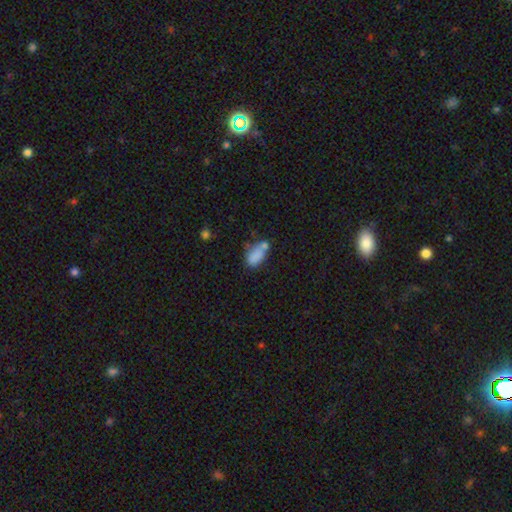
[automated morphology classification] smooth_or_featured: smooth (p=0.77) [alt: featured or disk p=0.12]
how_rounded: in between (p=0.88) [alt: round p=0.07]
merging: none (p=0.36) [alt: merger p=0.27]